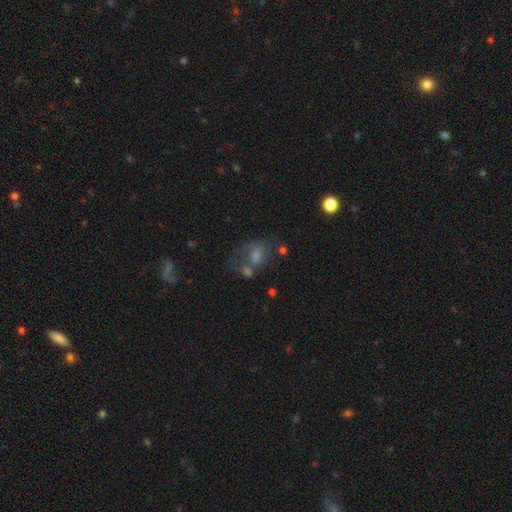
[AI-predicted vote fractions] Smooth or featured: smooth — 48% (featured or disk — 30%)
Merging: none — 33% (merger — 30%)